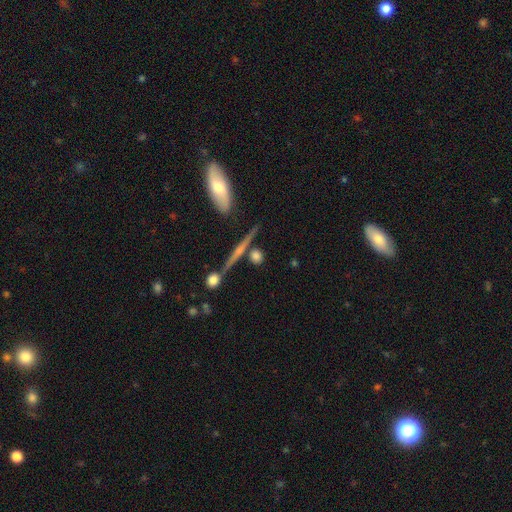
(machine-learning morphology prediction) Q: Smooth or featured?
A: smooth (58%); runner-up: featured or disk (31%)
Q: How rounded?
A: round (67%); runner-up: cigar-shaped (20%)
Q: Merging?
A: none (75%); runner-up: merger (11%)